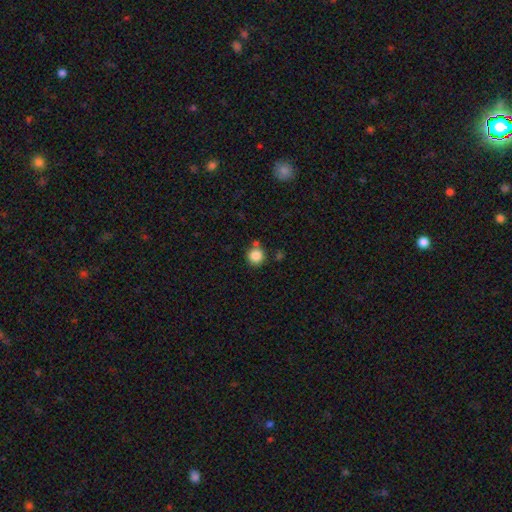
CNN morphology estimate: This is clearly a smooth galaxy (85%). How rounded: clearly round (93%). Merging: likely none (74%).